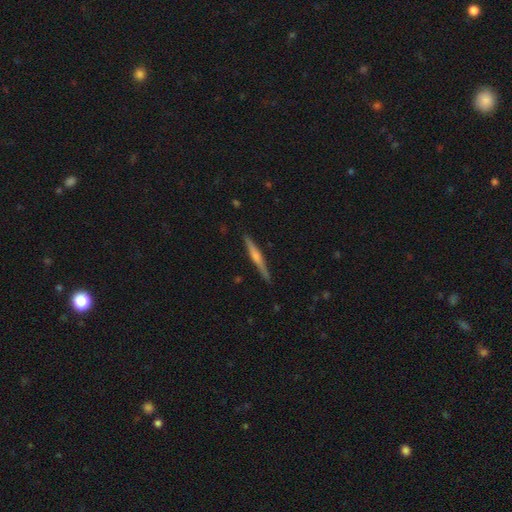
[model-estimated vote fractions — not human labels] A featured or disk galaxy (66%) viewed edge-on (98%) with a rounded central bulge (67%).

Vote fractions:
- Smooth or featured? featured or disk: 66% / smooth: 29% / star or artifact: 6%
- Edge-on disk? yes: 98% / no: 2%
- Edge-on bulge? rounded: 67% / none: 20% / boxy: 14%
- Merging? none: 90% / minor disturbance: 8% / major disturbance: 1% / merger: 1%